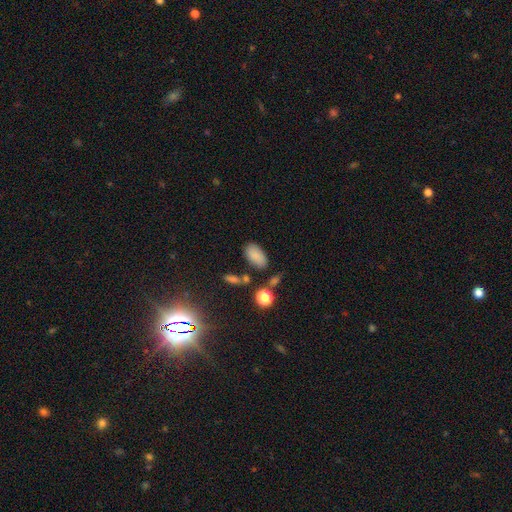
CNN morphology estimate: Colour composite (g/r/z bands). It shows a smooth galaxy with no disk features (83%) that is in between round and cigar-shaped (92%). Merging: none (74%).